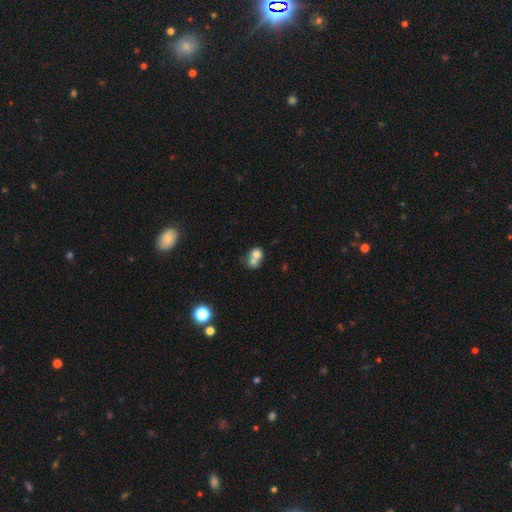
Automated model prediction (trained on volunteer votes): Smooth or featured? Predicted: smooth (p=0.69). How rounded? Predicted: round (p=0.65). Merging? Predicted: merger (p=0.67).